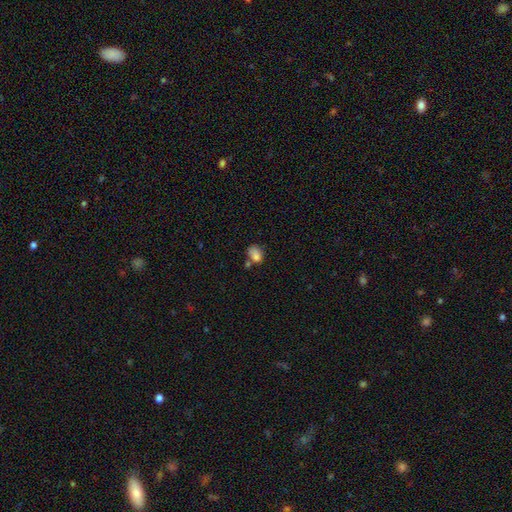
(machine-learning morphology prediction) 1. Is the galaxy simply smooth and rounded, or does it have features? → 79% smooth, 11% star or artifact, 10% featured or disk.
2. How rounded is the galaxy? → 71% in between, 28% round, 1% cigar-shaped.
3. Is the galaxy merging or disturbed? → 39% none, 27% merger, 23% minor disturbance, 11% major disturbance.